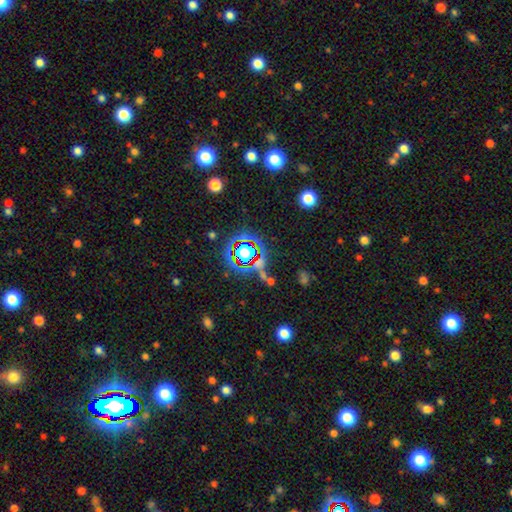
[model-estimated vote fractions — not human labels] star or artifact 63%, smooth 23%, featured or disk 13%.